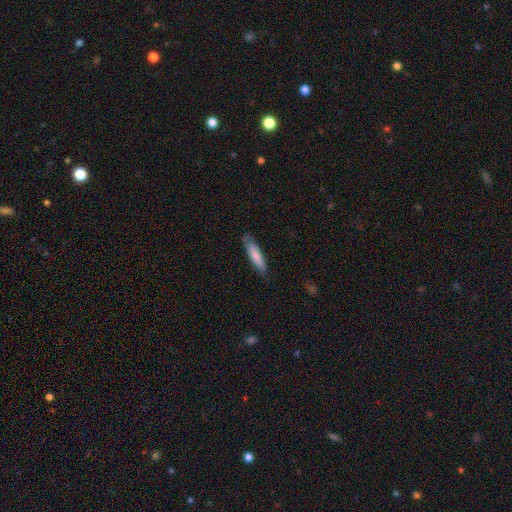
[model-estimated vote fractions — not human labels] Q: Smooth or featured?
A: smooth (79%); runner-up: featured or disk (15%)
Q: How rounded?
A: cigar-shaped (76%); runner-up: in between (23%)
Q: Merging?
A: none (81%); runner-up: minor disturbance (15%)